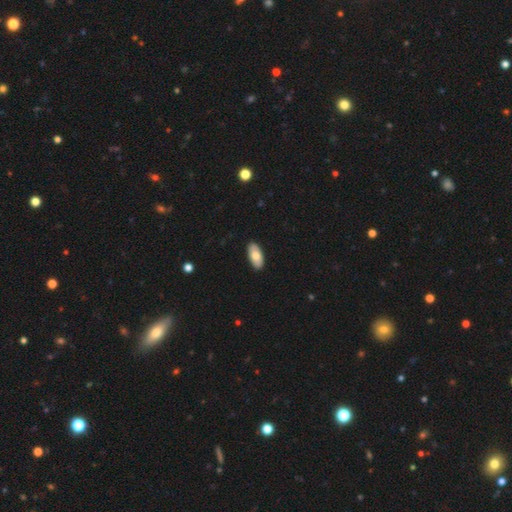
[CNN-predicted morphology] Smooth or featured?
  - smooth: 76% *
  - featured or disk: 18%
  - star or artifact: 6%
How rounded?
  - in between: 92% *
  - cigar-shaped: 5%
  - round: 2%
Merging?
  - none: 90% *
  - minor disturbance: 8%
  - major disturbance: 1%
  - merger: 1%